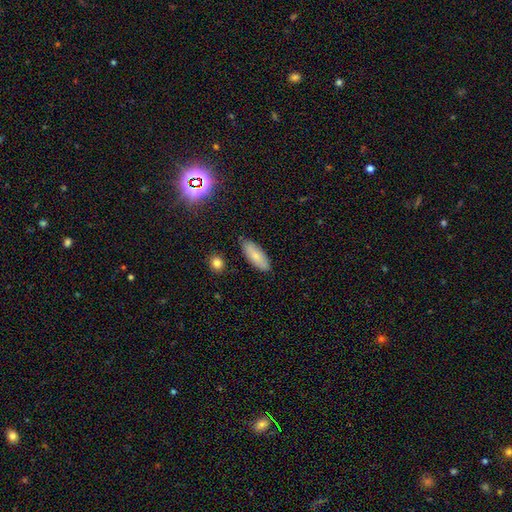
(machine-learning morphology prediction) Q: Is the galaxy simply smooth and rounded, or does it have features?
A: smooth — 81%.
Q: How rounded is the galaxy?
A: in between — 71%.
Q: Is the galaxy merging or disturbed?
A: none — 85%.